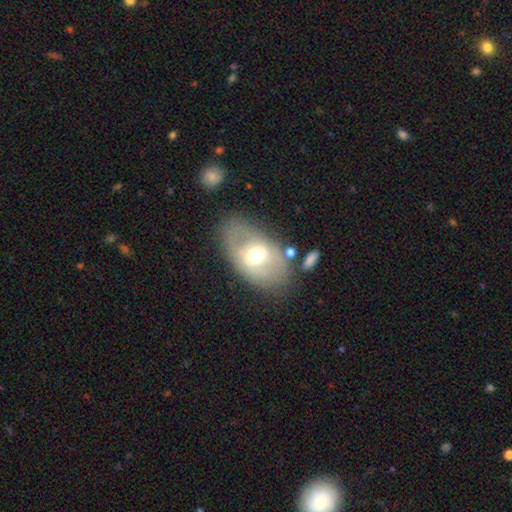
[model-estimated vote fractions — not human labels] The model was most divided on "bar": no: 41%, weak: 39%, strong: 20%. More confident: edge-on disk — no (90%); bulge size — moderate (71%); merging — none (69%); spiral arms — no (66%); smooth or featured — featured or disk (56%).